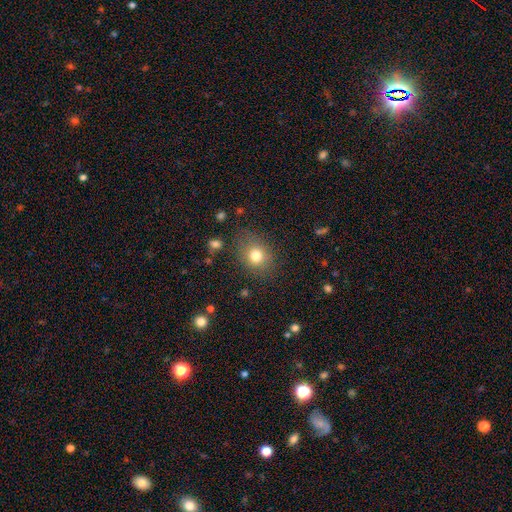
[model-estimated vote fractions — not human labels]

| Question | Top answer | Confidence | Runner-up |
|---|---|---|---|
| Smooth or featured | smooth | 78% | star or artifact (12%) |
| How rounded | round | 55% | in between (44%) |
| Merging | none | 77% | minor disturbance (15%) |